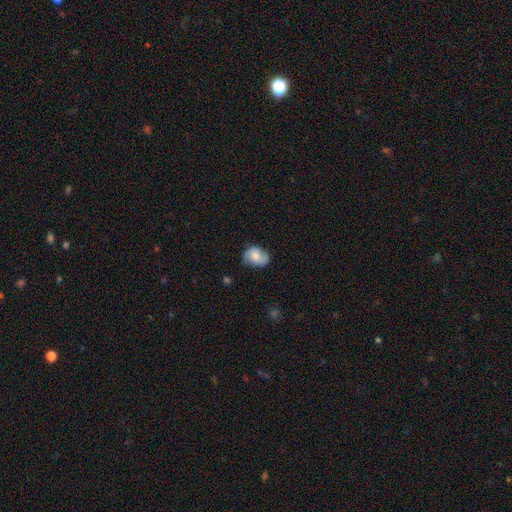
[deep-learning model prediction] This is possibly a smooth galaxy (59%). How rounded: likely in between (66%). Merging: likely none (64%).